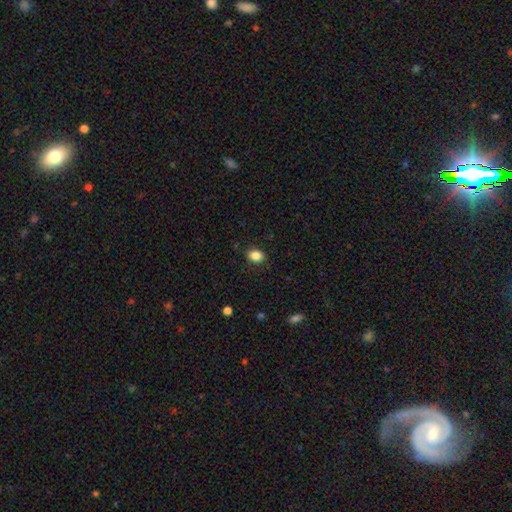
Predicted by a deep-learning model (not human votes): A smooth galaxy with no disk features (86%) that is in between round and cigar-shaped (66%).

Vote fractions:
- Smooth or featured? smooth: 86% / star or artifact: 10% / featured or disk: 4%
- How rounded? in between: 66% / round: 33% / cigar-shaped: 1%
- Merging? none: 86% / minor disturbance: 10% / major disturbance: 3% / merger: 1%